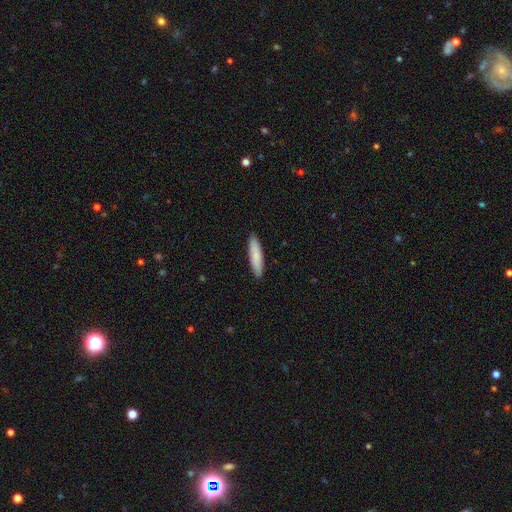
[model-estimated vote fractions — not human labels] This appears to be a smooth galaxy with no disk features (84%) that is cigar-shaped (78%). Merging: none (91%).